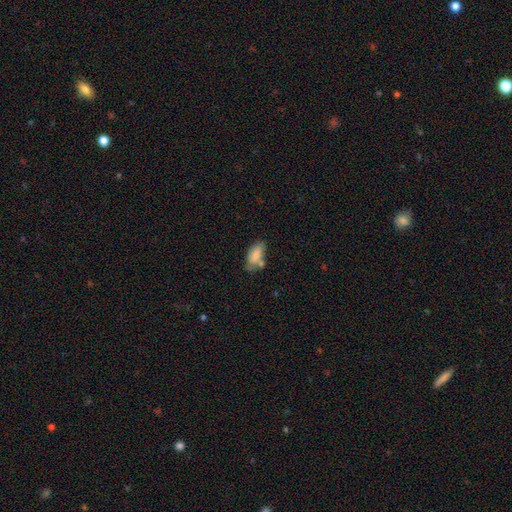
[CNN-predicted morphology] smooth_or_featured: smooth (p=0.82) [alt: featured or disk p=0.10]
how_rounded: in between (p=0.88) [alt: cigar-shaped p=0.09]
merging: none (p=0.50) [alt: minor disturbance p=0.24]